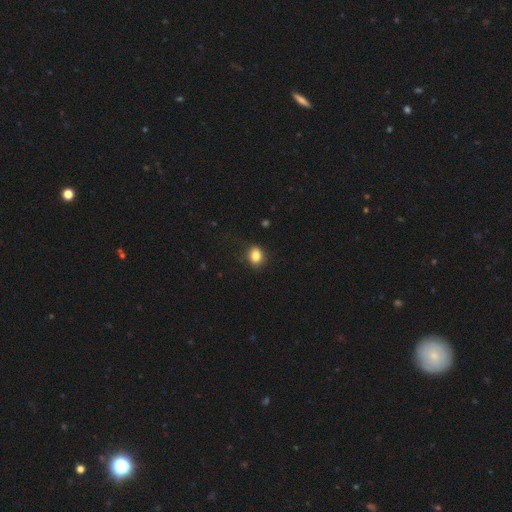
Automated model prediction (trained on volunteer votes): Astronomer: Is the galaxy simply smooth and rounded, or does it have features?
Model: smooth — 85%.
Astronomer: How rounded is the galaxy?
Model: in between — 55% (runner-up: round, 44%).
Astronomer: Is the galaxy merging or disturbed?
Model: none — 82%.